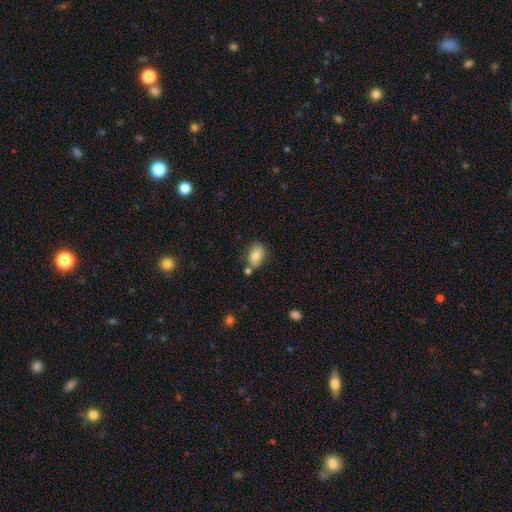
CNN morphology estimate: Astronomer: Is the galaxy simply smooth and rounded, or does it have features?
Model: smooth — 77%.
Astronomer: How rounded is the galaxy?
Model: in between — 84%.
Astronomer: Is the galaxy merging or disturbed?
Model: none — 67%.